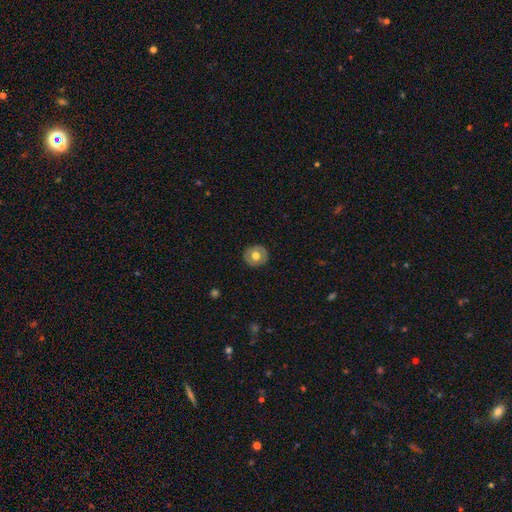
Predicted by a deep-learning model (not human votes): A smooth galaxy with no disk features (62%) that is round (90%).

Vote fractions:
- Smooth or featured? smooth: 62% / featured or disk: 32% / star or artifact: 7%
- How rounded? round: 90% / in between: 9% / cigar-shaped: 1%
- Merging? none: 89% / minor disturbance: 8% / major disturbance: 2% / merger: 1%